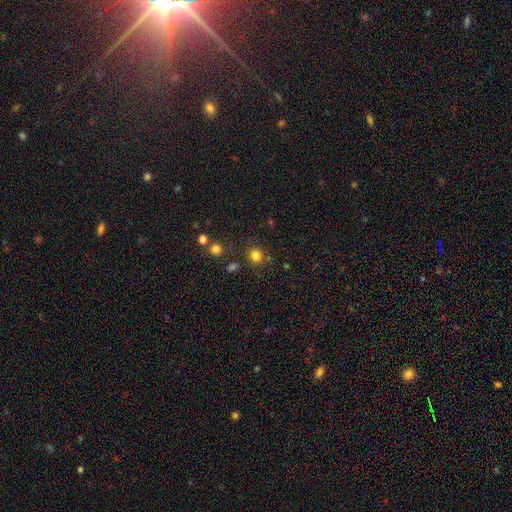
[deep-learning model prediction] Q: Smooth or featured?
A: smooth (81%); runner-up: star or artifact (14%)
Q: How rounded?
A: round (87%); runner-up: in between (12%)
Q: Merging?
A: none (82%); runner-up: minor disturbance (9%)